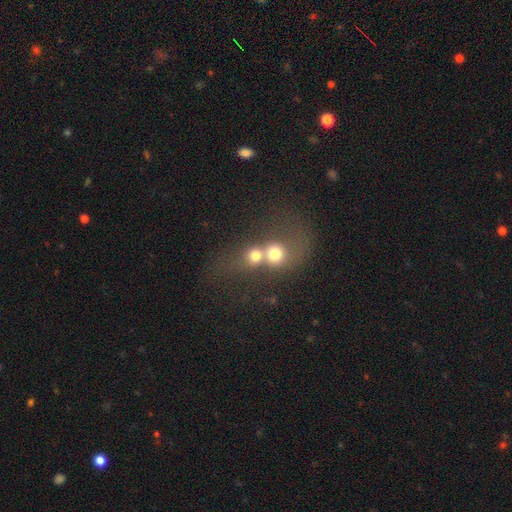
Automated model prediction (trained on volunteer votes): Overall: smooth (66%). How rounded: round (77%). Merging: merger (73%).